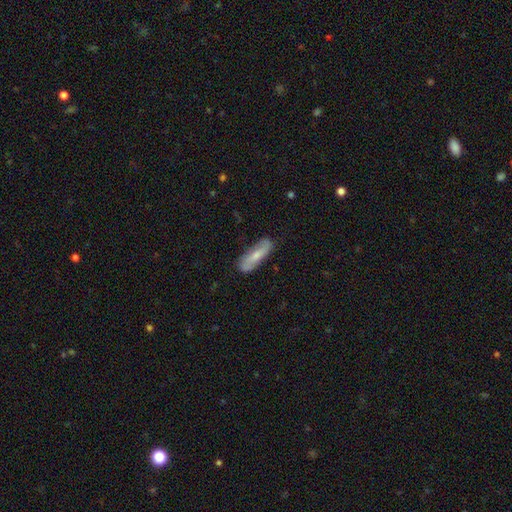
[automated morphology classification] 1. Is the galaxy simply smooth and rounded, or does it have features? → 48% smooth, 46% featured or disk, 6% star or artifact.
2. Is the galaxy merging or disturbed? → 83% none, 13% minor disturbance, 3% major disturbance, 1% merger.